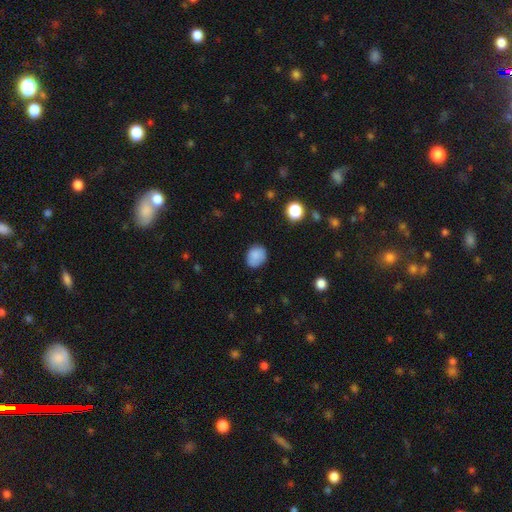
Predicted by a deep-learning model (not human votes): Smooth or featured? smooth (84%)
How rounded? in between (52%)
Merging? none (74%)